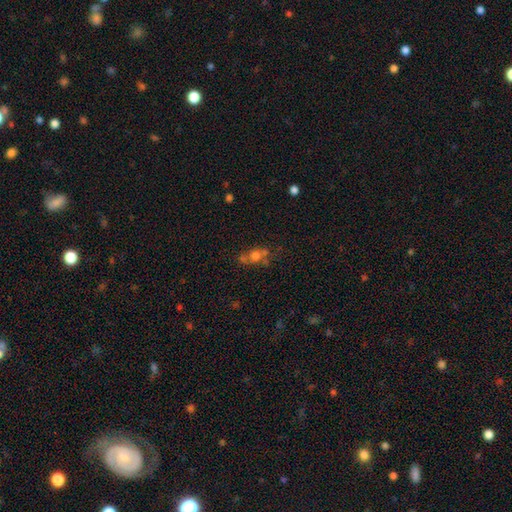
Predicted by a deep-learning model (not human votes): Smooth or featured? smooth (56%)
How rounded? round (55%)
Merging? none (46%)